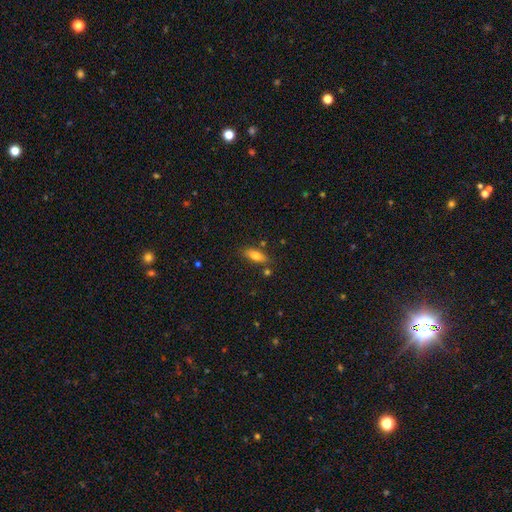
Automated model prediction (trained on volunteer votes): The model was most divided on "how rounded": in between: 71%, cigar-shaped: 26%, round: 3%. More confident: merging — none (77%); smooth or featured — smooth (76%).